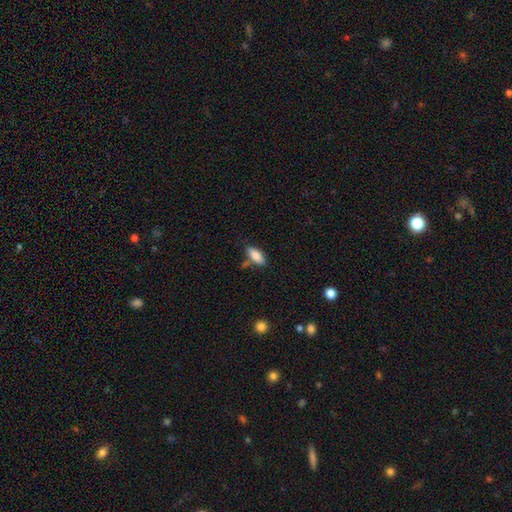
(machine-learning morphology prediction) Q: Smooth or featured?
A: smooth (84%); runner-up: featured or disk (9%)
Q: How rounded?
A: in between (82%); runner-up: cigar-shaped (16%)
Q: Merging?
A: none (73%); runner-up: minor disturbance (16%)